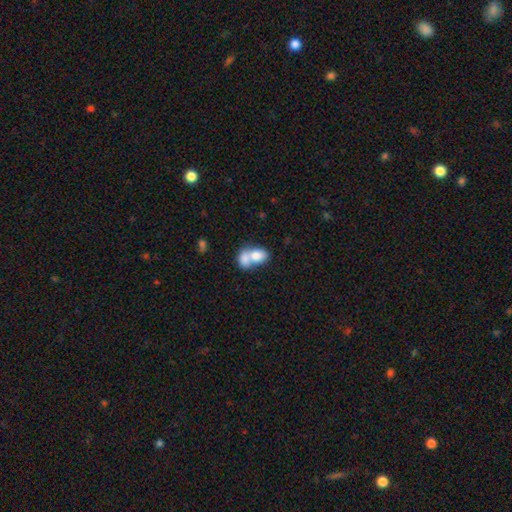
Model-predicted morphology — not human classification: This is likely a smooth galaxy (76%). How rounded: likely in between (78%). Merging: likely merger (75%).